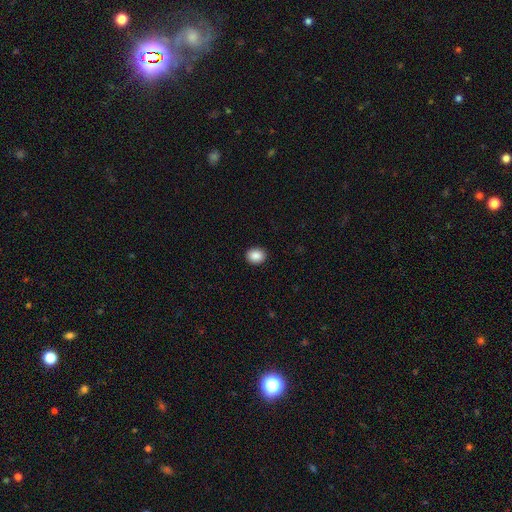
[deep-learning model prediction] A smooth galaxy with no disk features (88%) that is round (54%). Merging: none (91%).